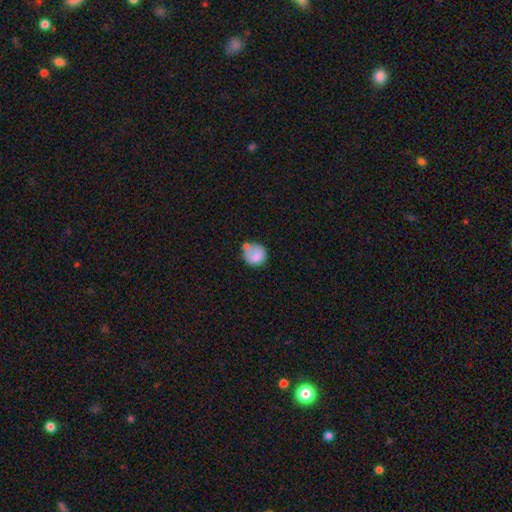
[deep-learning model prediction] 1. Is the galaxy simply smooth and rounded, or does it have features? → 77% smooth, 15% featured or disk, 8% star or artifact.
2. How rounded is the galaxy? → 83% round, 16% in between, 1% cigar-shaped.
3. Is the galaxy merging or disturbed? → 51% none, 24% minor disturbance, 15% merger, 10% major disturbance.